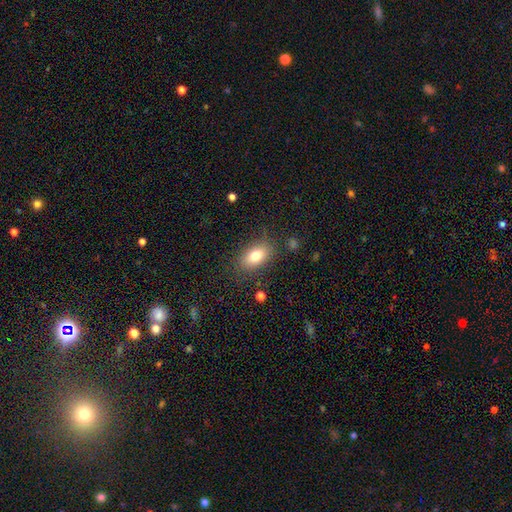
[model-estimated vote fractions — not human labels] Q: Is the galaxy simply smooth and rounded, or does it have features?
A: smooth — 78%.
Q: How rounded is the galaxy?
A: in between — 88%.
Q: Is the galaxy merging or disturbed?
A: none — 82%.